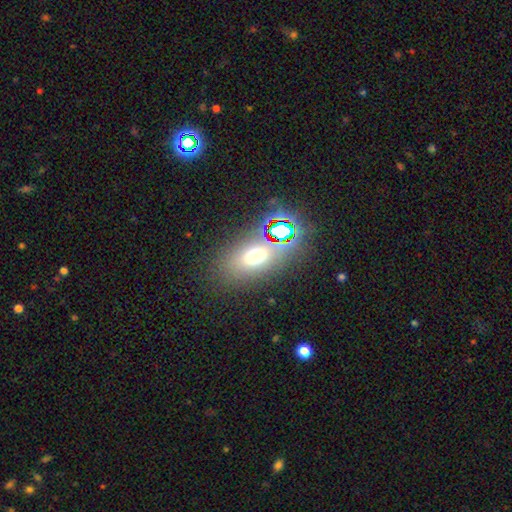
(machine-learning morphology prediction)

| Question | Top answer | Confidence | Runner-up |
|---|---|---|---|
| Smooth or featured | smooth | 59% | star or artifact (26%) |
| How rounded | in between | 75% | round (20%) |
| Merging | none | 72% | minor disturbance (12%) |